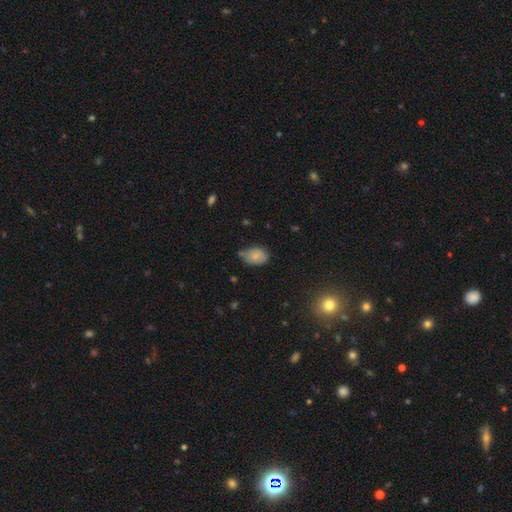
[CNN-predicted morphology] The model was most divided on "merging": none: 55%, minor disturbance: 33%, major disturbance: 7%, merger: 5%. More confident: how rounded — in between (82%); smooth or featured — smooth (80%).